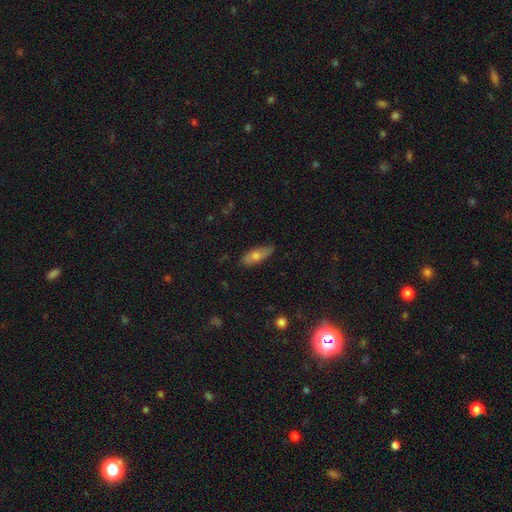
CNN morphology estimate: Smooth or featured? Predicted: smooth (p=0.60). How rounded? Predicted: in between (p=0.59). Merging? Predicted: none (p=0.77).